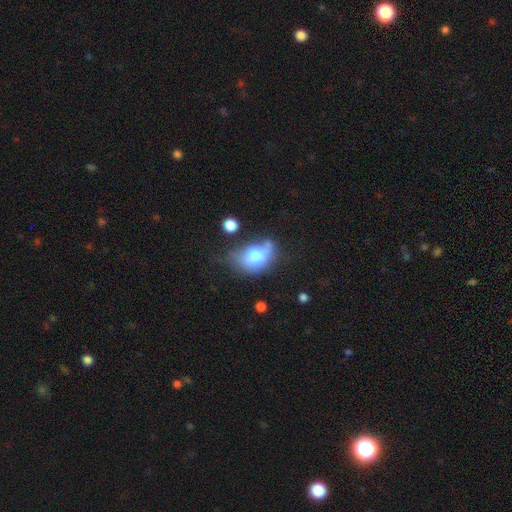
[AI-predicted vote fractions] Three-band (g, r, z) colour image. It shows a smooth galaxy with no disk features (68%) that is in between round and cigar-shaped (72%). Merging: none (33%).